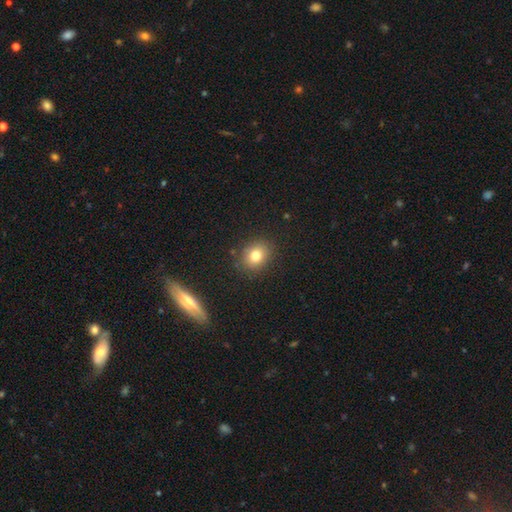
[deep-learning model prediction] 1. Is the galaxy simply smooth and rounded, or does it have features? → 79% smooth, 12% star or artifact, 9% featured or disk.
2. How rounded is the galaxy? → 63% round, 36% in between, 1% cigar-shaped.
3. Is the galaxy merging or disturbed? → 86% none, 9% minor disturbance, 3% major disturbance, 2% merger.